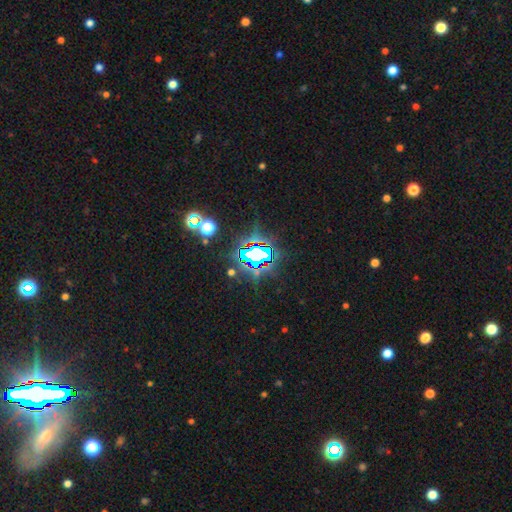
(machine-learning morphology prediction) The model was most divided on "smooth or featured": star or artifact: 75%, smooth: 13%, featured or disk: 12%.